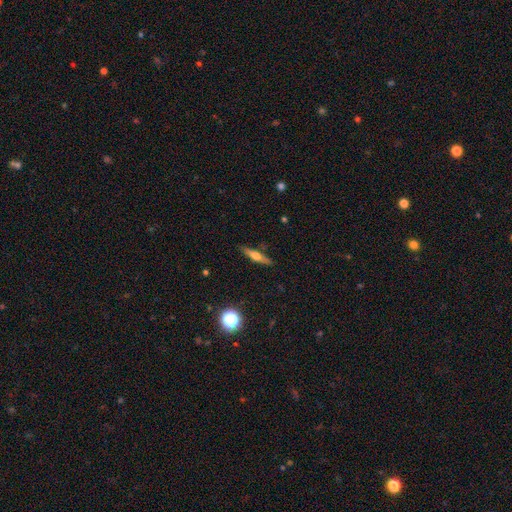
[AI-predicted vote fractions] Smooth or featured? Predicted: featured or disk (p=0.56). Edge-on disk? Predicted: yes (p=0.95). Edge-on bulge? Predicted: rounded (p=0.88). Merging? Predicted: none (p=0.89).